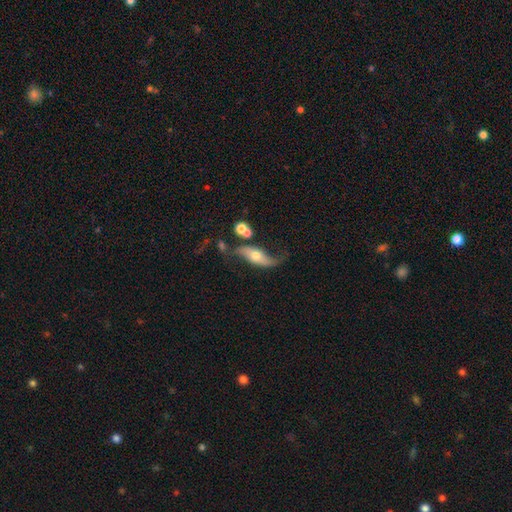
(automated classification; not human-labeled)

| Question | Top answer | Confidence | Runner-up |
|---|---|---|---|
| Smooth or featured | featured or disk | 72% | smooth (21%) |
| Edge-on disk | no | 83% | yes (17%) |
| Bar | no | 63% | weak (23%) |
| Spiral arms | yes | 89% | no (11%) |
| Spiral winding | loose | 90% | medium (7%) |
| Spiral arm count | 2 | 89% | 1 (5%) |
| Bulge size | moderate | 63% | small (24%) |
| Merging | none | 56% | minor disturbance (21%) |